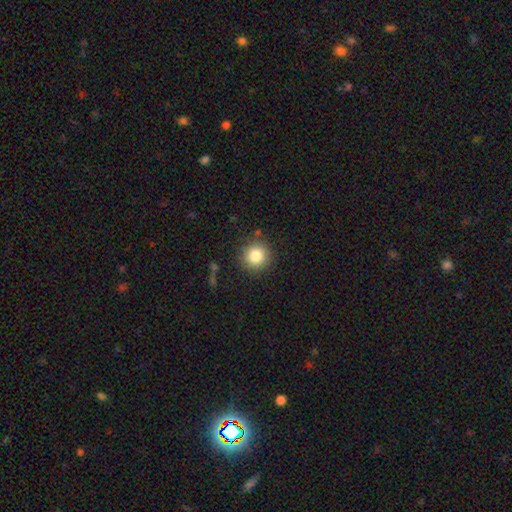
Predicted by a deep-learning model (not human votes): A smooth galaxy with no disk features (83%) that is round (93%).

Vote fractions:
- Smooth or featured? smooth: 83% / star or artifact: 10% / featured or disk: 7%
- How rounded? round: 93% / in between: 6% / cigar-shaped: 1%
- Merging? none: 87% / minor disturbance: 8% / major disturbance: 3% / merger: 2%